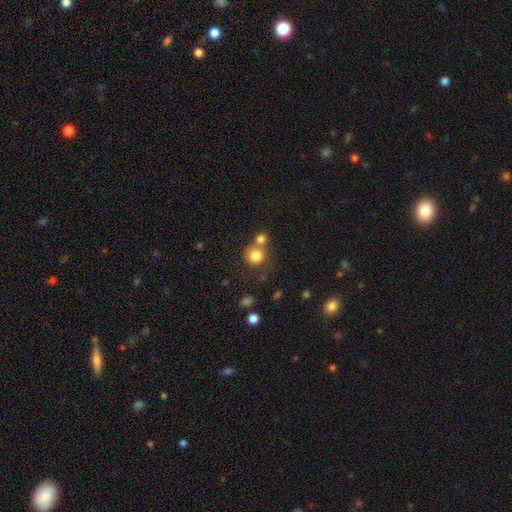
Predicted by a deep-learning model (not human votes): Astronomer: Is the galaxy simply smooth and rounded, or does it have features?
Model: smooth — 81%.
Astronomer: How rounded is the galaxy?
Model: round — 90%.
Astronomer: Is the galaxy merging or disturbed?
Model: none — 54% (runner-up: merger, 33%).